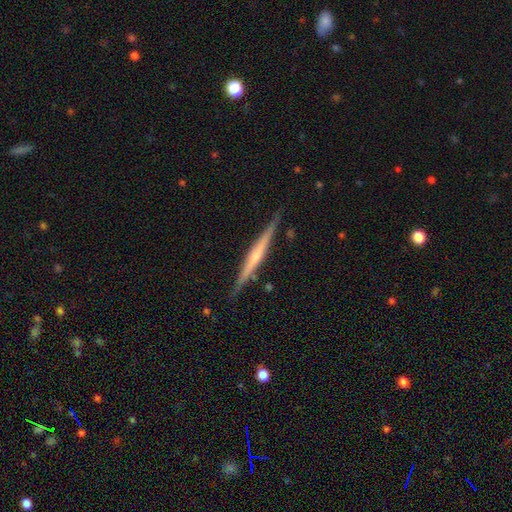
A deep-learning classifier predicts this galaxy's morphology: Smooth or featured? featured or disk (68%)
Edge-on disk? yes (98%)
Edge-on bulge? none (47%)
Merging? none (88%)